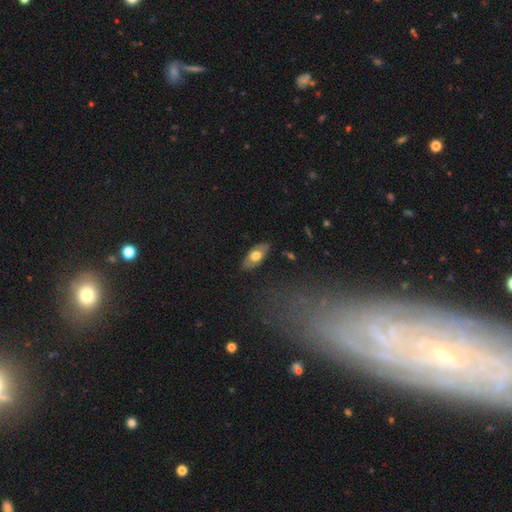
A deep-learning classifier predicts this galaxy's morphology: Smooth or featured? Predicted: smooth (p=0.59). How rounded? Predicted: in between (p=0.88). Merging? Predicted: none (p=0.85).